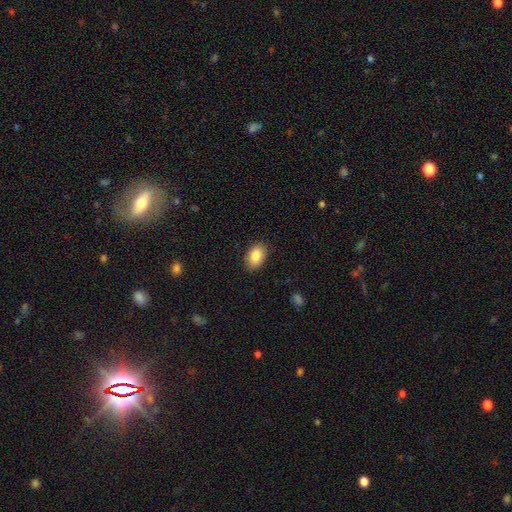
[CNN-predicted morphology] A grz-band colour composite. It shows a smooth galaxy with no disk features (86%) that is in between round and cigar-shaped (89%). Merging: none (87%).